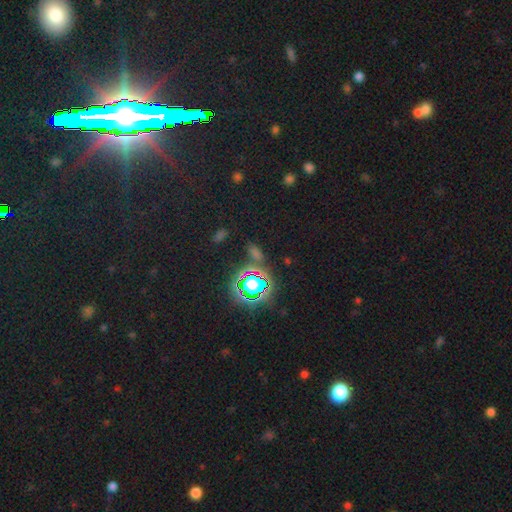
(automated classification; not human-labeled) A star or artifact, not a galaxy (66%).

Vote fractions:
- Smooth or featured? star or artifact: 66% / smooth: 24% / featured or disk: 10%